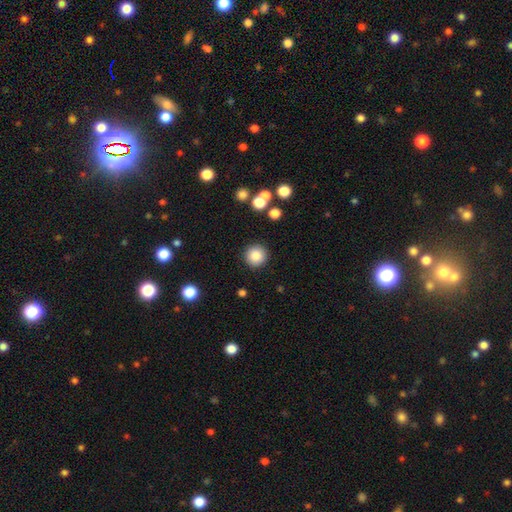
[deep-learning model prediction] smooth 84%, star or artifact 10%, featured or disk 6%. Down the decision tree: how rounded — round (95%); merging — none (90%).